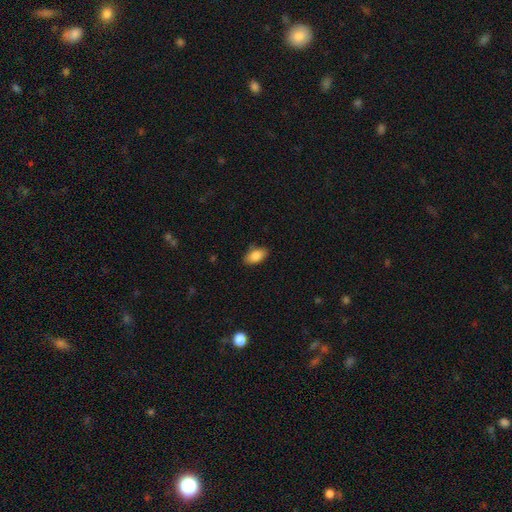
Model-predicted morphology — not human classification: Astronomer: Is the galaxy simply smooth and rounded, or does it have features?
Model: smooth — 86%.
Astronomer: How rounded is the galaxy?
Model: in between — 92%.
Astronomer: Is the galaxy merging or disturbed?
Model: none — 81%.